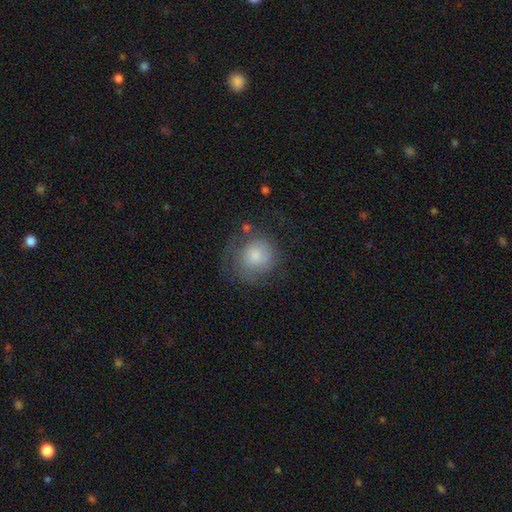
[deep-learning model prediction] smooth_or_featured: smooth (p=0.62) [alt: featured or disk p=0.30]
how_rounded: round (p=0.86) [alt: in between p=0.14]
merging: none (p=0.53) [alt: minor disturbance p=0.23]